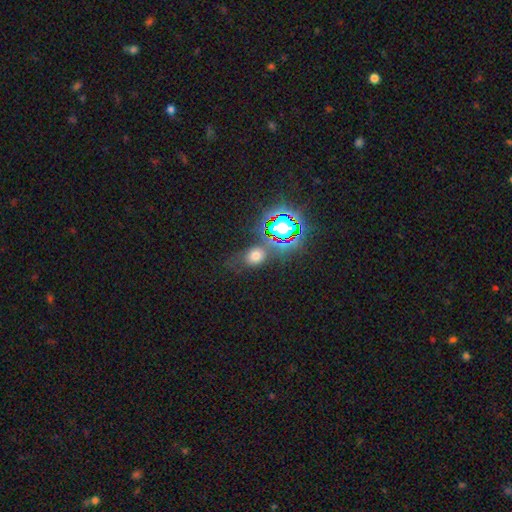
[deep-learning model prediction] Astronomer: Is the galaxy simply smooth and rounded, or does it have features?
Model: smooth — 57% (runner-up: star or artifact, 32%).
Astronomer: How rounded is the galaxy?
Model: in between — 56% (runner-up: round, 42%).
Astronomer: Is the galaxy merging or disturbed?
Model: none — 66%.